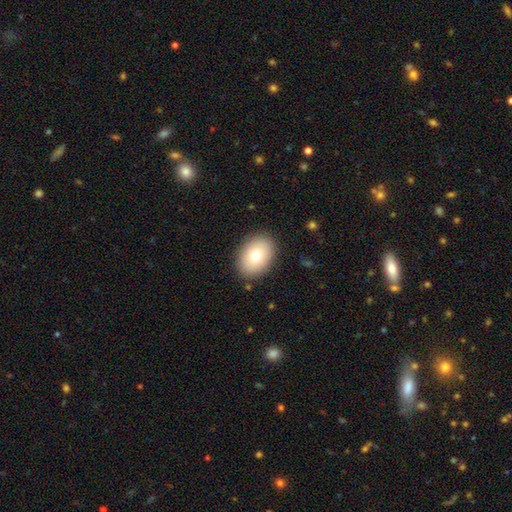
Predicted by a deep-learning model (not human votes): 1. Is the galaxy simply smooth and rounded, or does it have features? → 76% smooth, 16% featured or disk, 9% star or artifact.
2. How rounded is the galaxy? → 76% in between, 23% round, 1% cigar-shaped.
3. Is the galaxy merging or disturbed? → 88% none, 8% minor disturbance, 2% major disturbance, 1% merger.